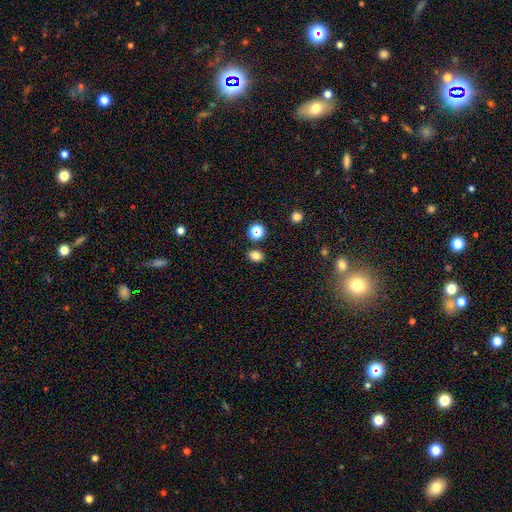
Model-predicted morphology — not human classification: A smooth galaxy with no disk features (80%) that is in between round and cigar-shaped (61%). Merging: none (83%).